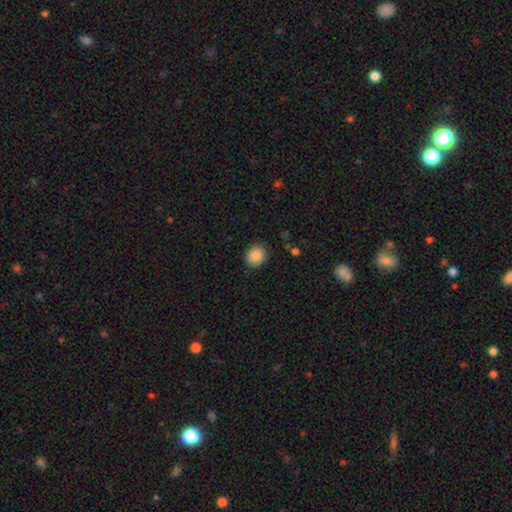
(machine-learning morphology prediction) Smooth or featured: smooth — 88% (star or artifact — 8%)
How rounded: round — 75% (in between — 24%)
Merging: none — 89% (minor disturbance — 8%)